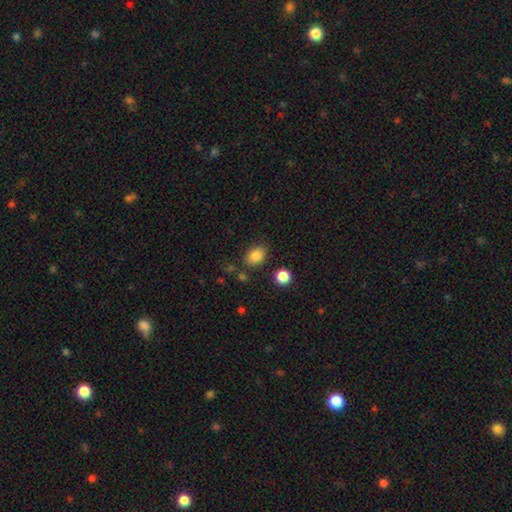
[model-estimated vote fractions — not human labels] smooth_or_featured: smooth (p=0.84) [alt: star or artifact p=0.10]
how_rounded: in between (p=0.64) [alt: round p=0.35]
merging: none (p=0.78) [alt: minor disturbance p=0.13]